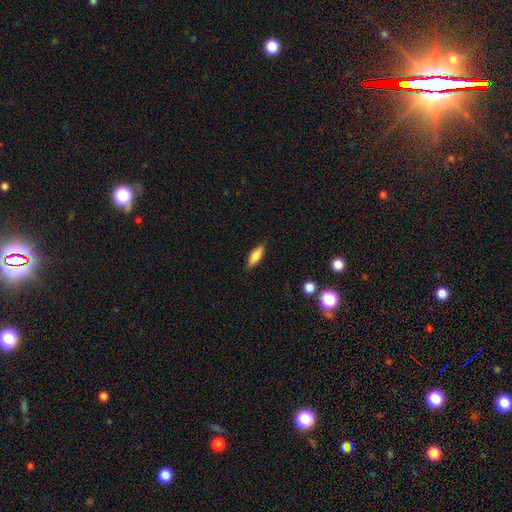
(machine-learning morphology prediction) smooth-or-featured: smooth: 73% | featured or disk: 20% | star or artifact: 7%
  how-rounded: in between: 56% | cigar-shaped: 42% | round: 2%
  merging: none: 85% | minor disturbance: 12% | major disturbance: 2% | merger: 1%